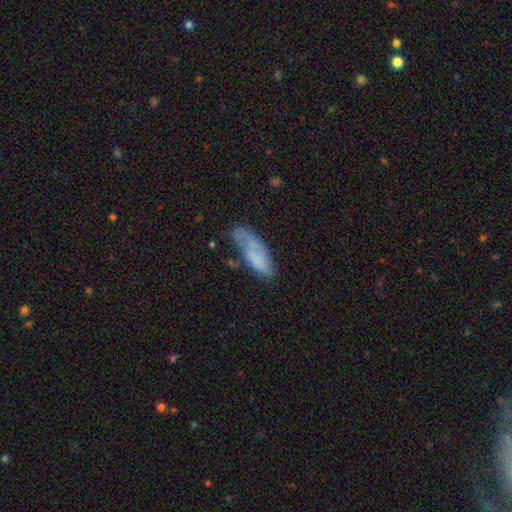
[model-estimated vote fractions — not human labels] smooth 63%, featured or disk 28%, star or artifact 8%. Down the decision tree: how rounded — in between (66%); merging — none (38%).